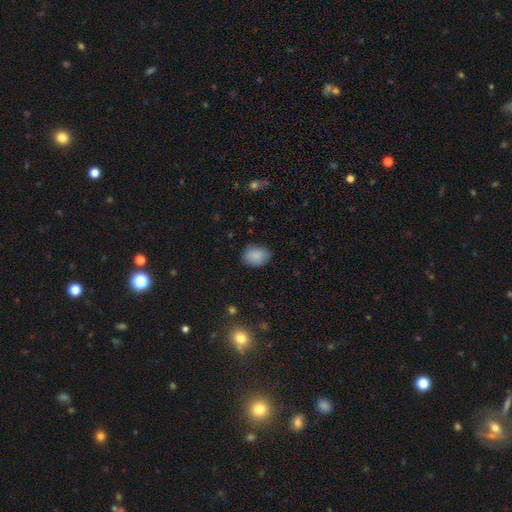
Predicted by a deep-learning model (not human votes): Morphology: type=smooth (87%); roundness=in between (67%); merging=none (77%).